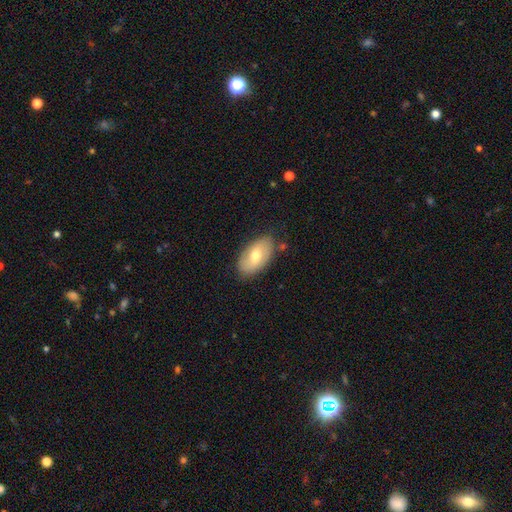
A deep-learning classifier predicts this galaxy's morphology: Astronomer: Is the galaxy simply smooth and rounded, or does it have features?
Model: smooth — 63%.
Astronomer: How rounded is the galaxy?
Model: in between — 93%.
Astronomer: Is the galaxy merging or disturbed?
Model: none — 79%.